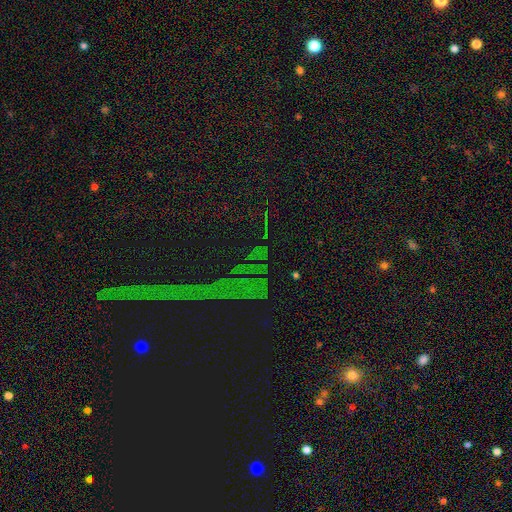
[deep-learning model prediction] Overall: star or artifact (81%).